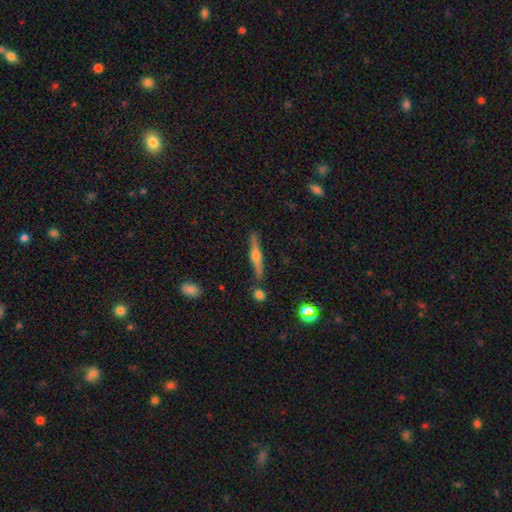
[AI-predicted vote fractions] This is likely a featured or disk galaxy (68%). It is clearly viewed edge-on (97%). Edge-on bulge: clearly rounded (90%). Merging: clearly none (83%).